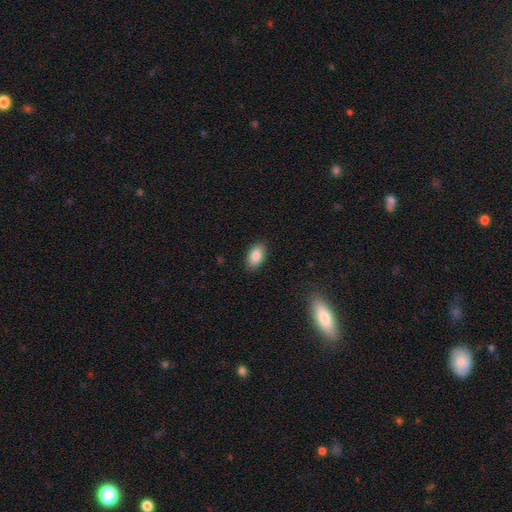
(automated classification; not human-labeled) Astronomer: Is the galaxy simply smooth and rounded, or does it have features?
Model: smooth — 86%.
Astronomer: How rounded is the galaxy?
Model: in between — 93%.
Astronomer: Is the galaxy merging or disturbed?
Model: none — 88%.